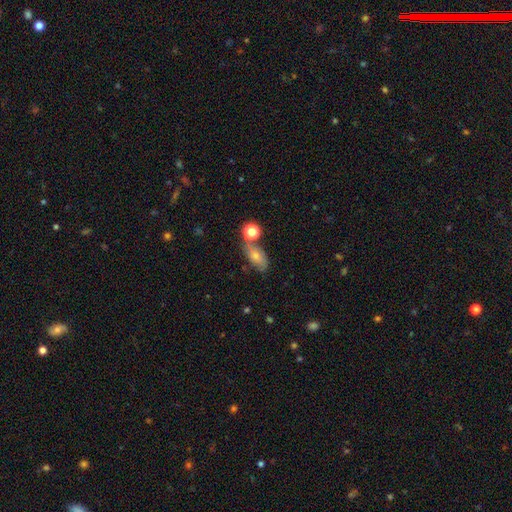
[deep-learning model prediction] Smooth or featured? smooth (62%)
How rounded? in between (80%)
Merging? none (49%)